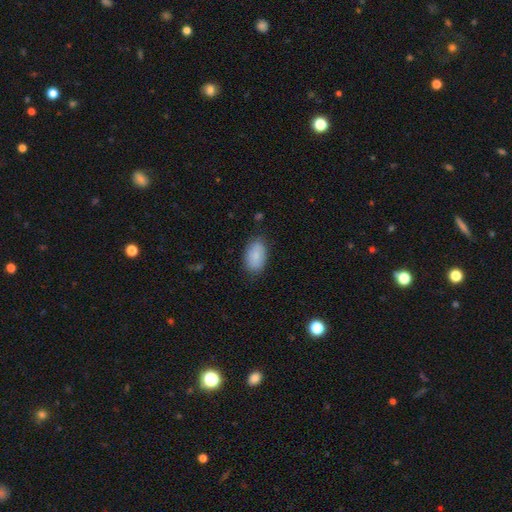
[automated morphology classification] Smooth or featured? smooth (86%)
How rounded? in between (92%)
Merging? none (81%)